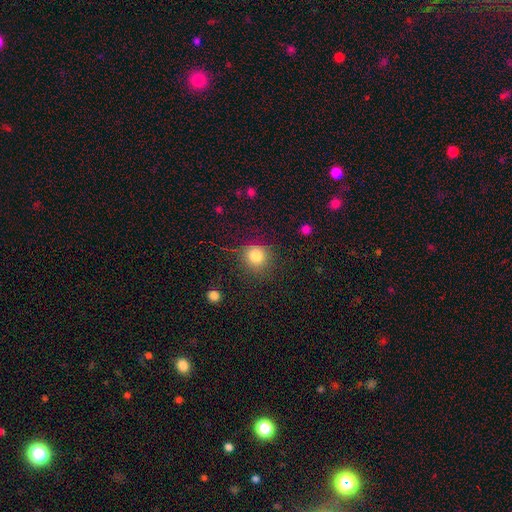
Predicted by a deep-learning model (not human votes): This appears to be a smooth galaxy with no disk features (82%) that is round (90%). Merging: none (84%).